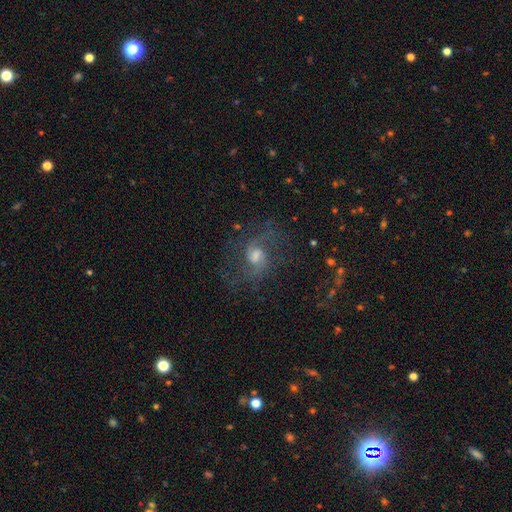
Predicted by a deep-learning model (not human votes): Smooth or featured? Predicted: featured or disk (p=0.72). Edge-on disk? Predicted: no (p=0.97). Bar? Predicted: weak (p=0.48). Spiral arms? Predicted: yes (p=0.90). Spiral winding? Predicted: loose (p=0.46). Spiral arm count? Predicted: 2 (p=0.79). Bulge size? Predicted: moderate (p=0.53). Merging? Predicted: none (p=0.64).